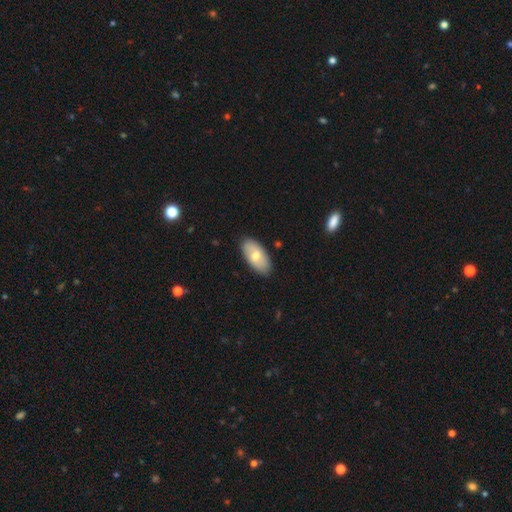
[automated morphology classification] smooth_or_featured: smooth (p=0.68) [alt: featured or disk p=0.26]
how_rounded: in between (p=0.93) [alt: cigar-shaped p=0.04]
merging: none (p=0.86) [alt: minor disturbance p=0.10]